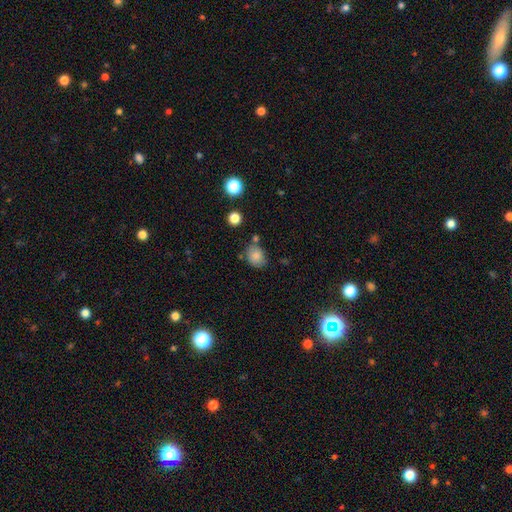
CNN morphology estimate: Overall: smooth (82%). How rounded: round (52%; in between 47%). Merging: none (68%).